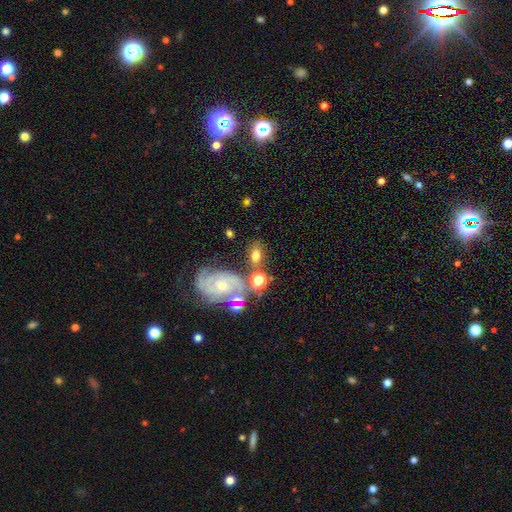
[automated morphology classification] smooth 49%, featured or disk 39%, star or artifact 12%. Down the decision tree: merging — none (54%).